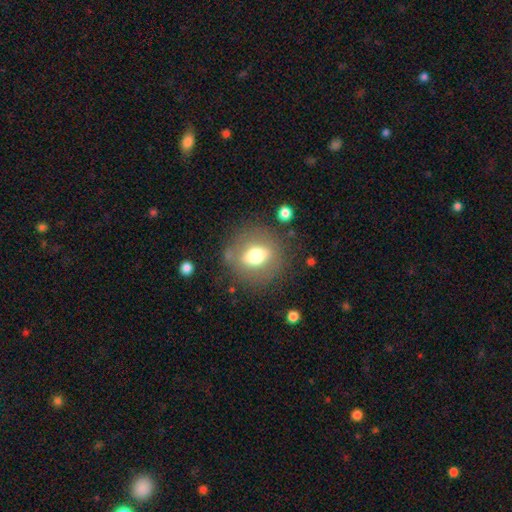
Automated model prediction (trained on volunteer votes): Smooth or featured? smooth (59%)
How rounded? round (70%)
Merging? none (78%)